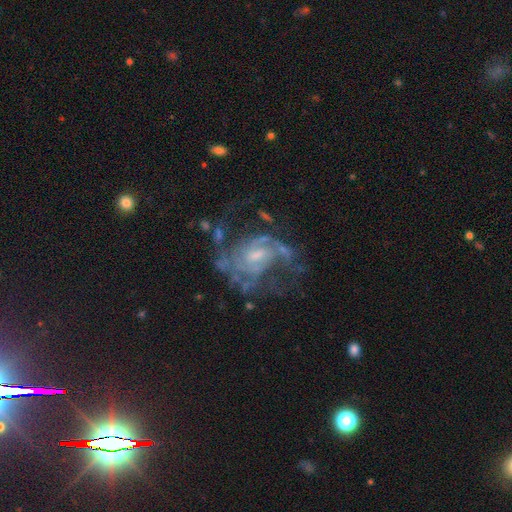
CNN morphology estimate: Overall: featured or disk (84%). Edge-on disk: no (97%). Bar: weak (51%; no 39%). Spiral arms: yes (88%). Spiral arm count: 2 (39%; can't tell 33%). Spiral winding: medium (44%; tight 37%). Bulge size: small (44%; moderate 41%). Merging: none (46%; major disturbance 29%).